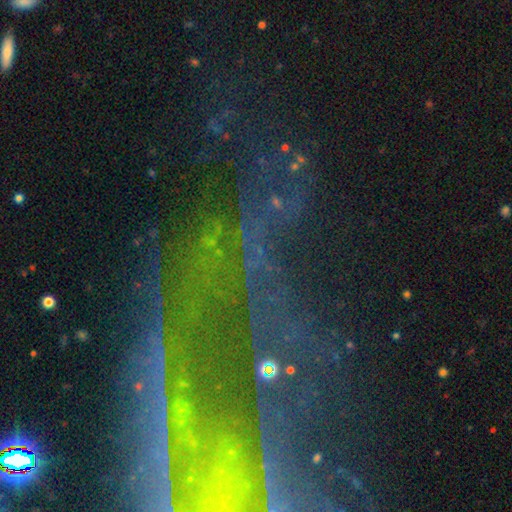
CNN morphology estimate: Smooth or featured? Predicted: star or artifact (p=0.65).